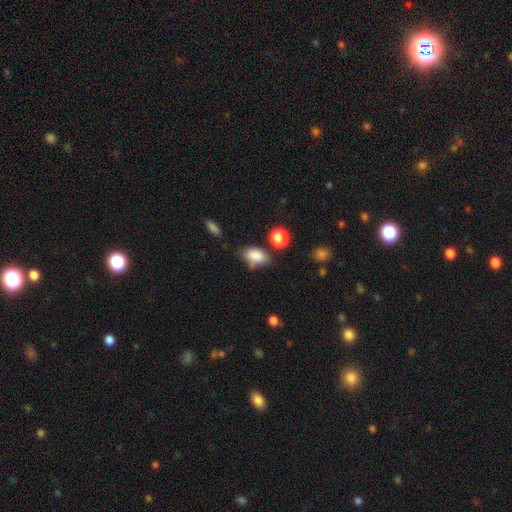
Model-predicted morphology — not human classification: Smooth or featured? smooth (85%)
How rounded? in between (87%)
Merging? none (62%)